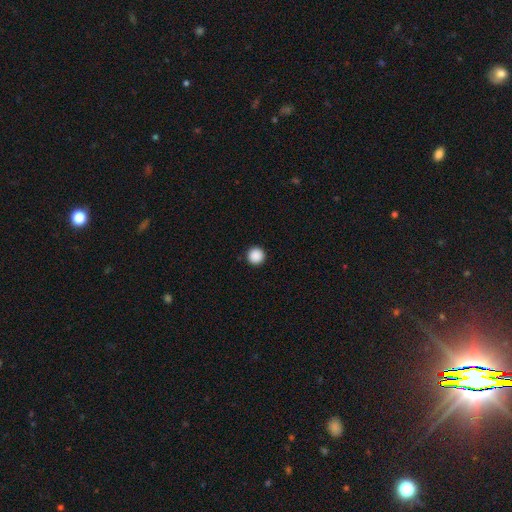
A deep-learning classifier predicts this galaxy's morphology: Smooth or featured? smooth (89%)
How rounded? round (97%)
Merging? none (93%)